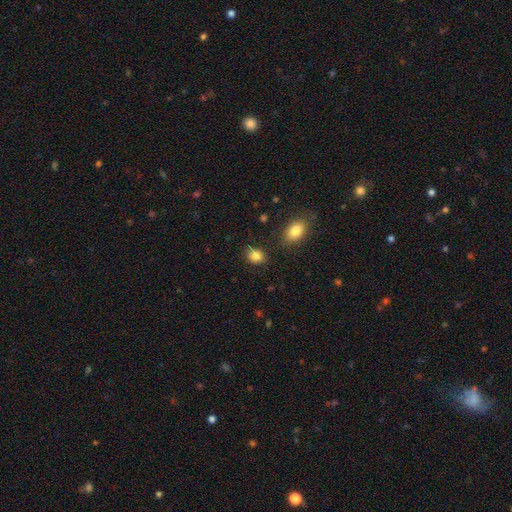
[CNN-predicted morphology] Overall: smooth (85%). How rounded: in between (54%; round 45%). Merging: none (80%).